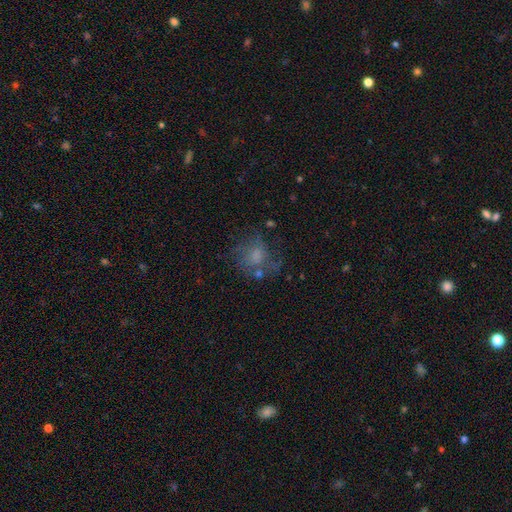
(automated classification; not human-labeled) Overall: smooth (46%; featured or disk 39%). Merging: none (49%; major disturbance 25%).